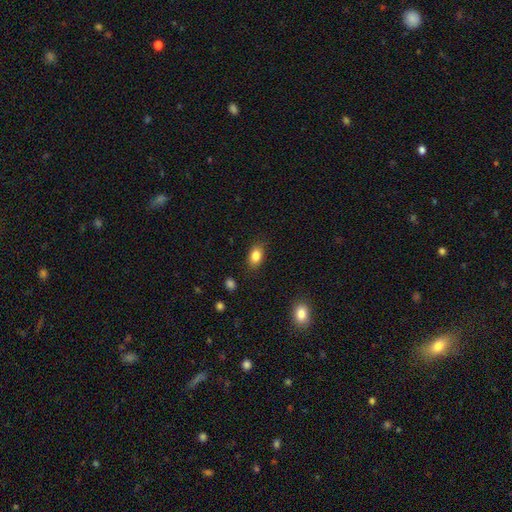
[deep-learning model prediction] A smooth galaxy with no disk features (84%) that is in between round and cigar-shaped (84%).

Vote fractions:
- Smooth or featured? smooth: 84% / star or artifact: 9% / featured or disk: 6%
- How rounded? in between: 84% / round: 14% / cigar-shaped: 2%
- Merging? none: 85% / minor disturbance: 11% / major disturbance: 3% / merger: 1%